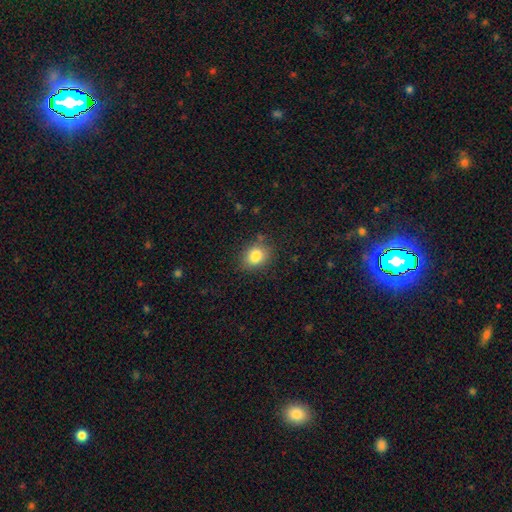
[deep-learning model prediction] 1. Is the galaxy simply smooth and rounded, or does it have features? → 84% smooth, 10% star or artifact, 7% featured or disk.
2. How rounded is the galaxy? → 49% round (tied), 49% in between (tied), 1% cigar-shaped.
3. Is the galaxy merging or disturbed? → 79% none, 15% minor disturbance, 4% major disturbance, 2% merger.